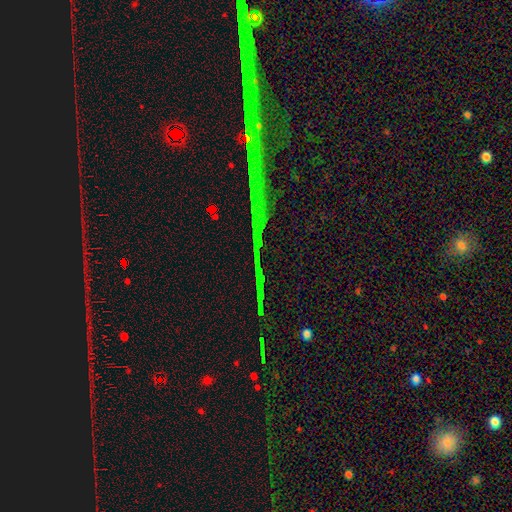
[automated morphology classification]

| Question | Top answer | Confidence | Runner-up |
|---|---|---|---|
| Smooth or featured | star or artifact | 84% | featured or disk (9%) |